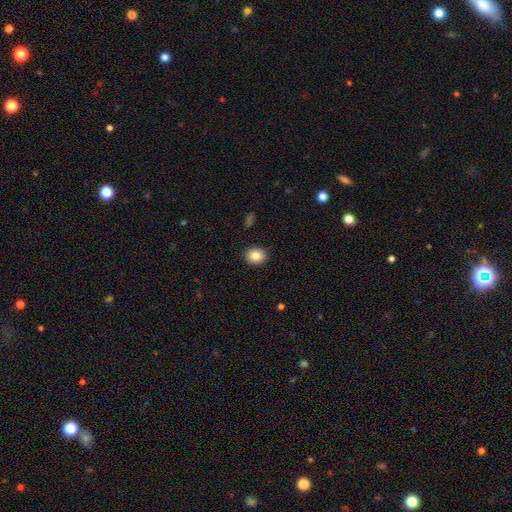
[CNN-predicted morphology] smooth-or-featured: smooth: 83% | star or artifact: 9% | featured or disk: 8%
  how-rounded: round: 58% | in between: 41% | cigar-shaped: 1%
  merging: none: 90% | minor disturbance: 7% | major disturbance: 2% | merger: 1%